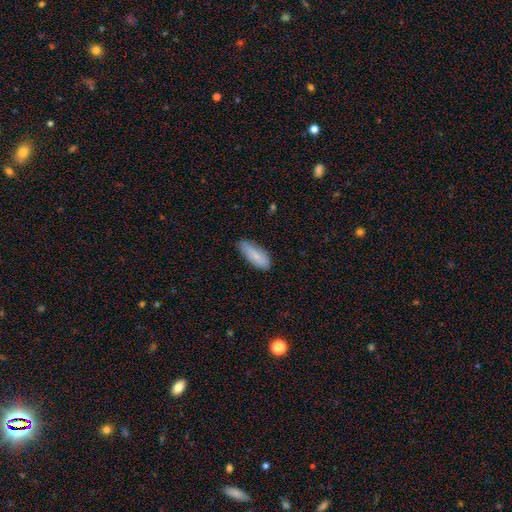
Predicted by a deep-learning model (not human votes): This appears to be a smooth galaxy with no disk features (79%) that is in between round and cigar-shaped (70%). Merging: none (72%).